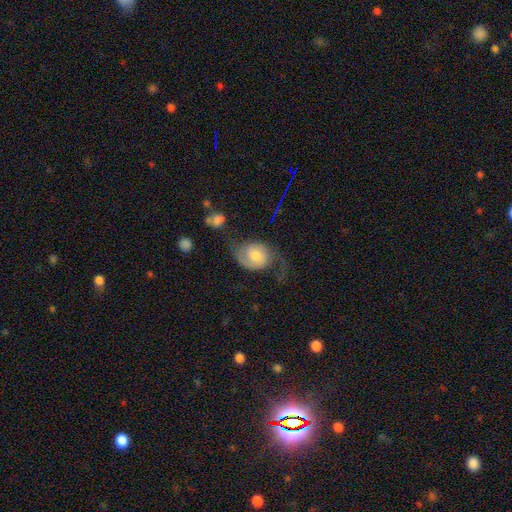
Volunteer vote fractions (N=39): Morphology: type=featured or disk (74%); edge-on=no (100%); bar=no (76%); spiral arms=yes (90%); winding=medium (46%); arm count=2 (77%); bulge=moderate (72%); merging=none (36%).